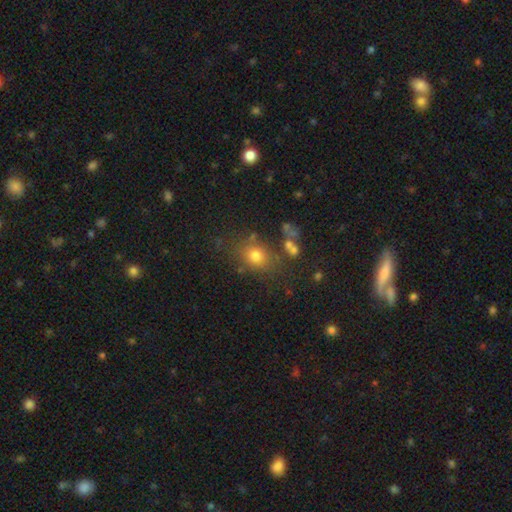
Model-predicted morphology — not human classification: Overall: smooth (73%). How rounded: round (58%; in between 41%). Merging: none (74%).